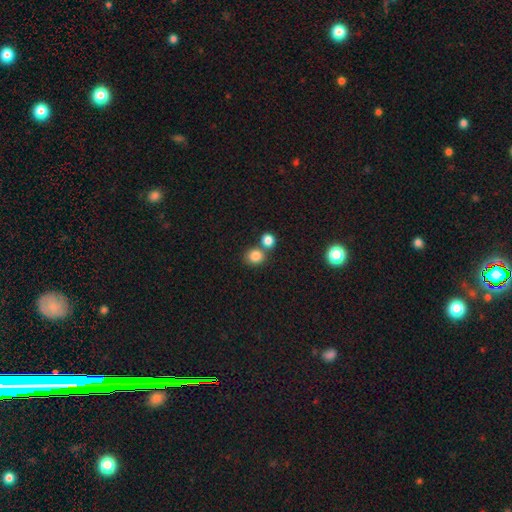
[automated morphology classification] smooth-or-featured: smooth: 83% | star or artifact: 11% | featured or disk: 6%
  how-rounded: round: 78% | in between: 21% | cigar-shaped: 1%
  merging: none: 59% | merger: 31% | minor disturbance: 8% | major disturbance: 3%